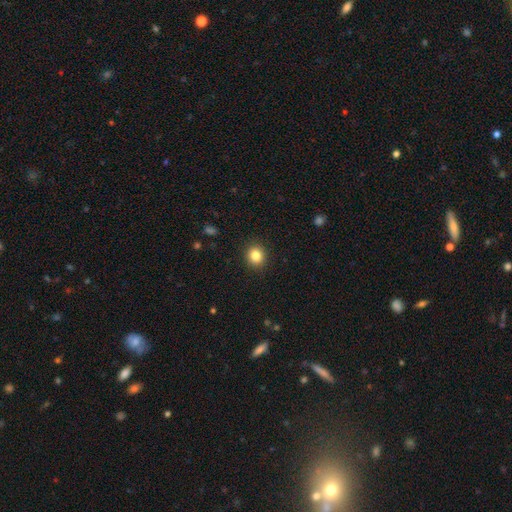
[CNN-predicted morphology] A smooth galaxy with no disk features (84%) that is round (83%). Merging: none (91%).